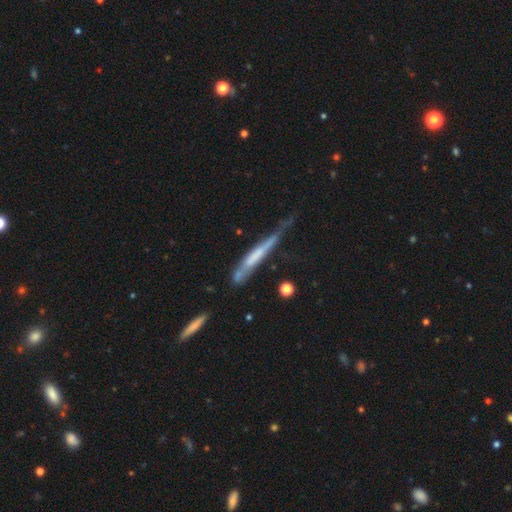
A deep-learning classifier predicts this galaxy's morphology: A featured or disk galaxy (53%) viewed edge-on (84%). Merging: none (38%).